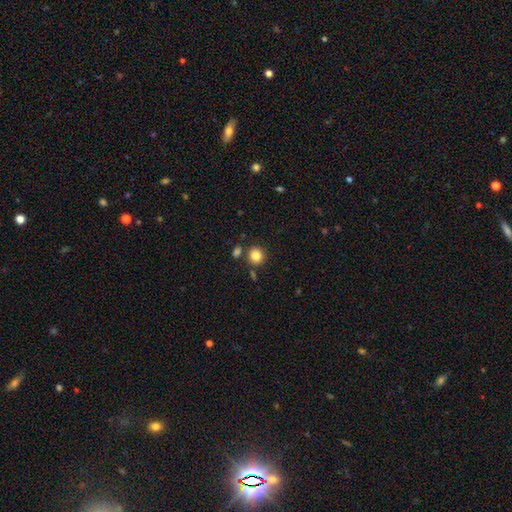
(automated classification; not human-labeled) Smooth or featured? Predicted: smooth (p=0.84). How rounded? Predicted: round (p=0.90). Merging? Predicted: none (p=0.82).